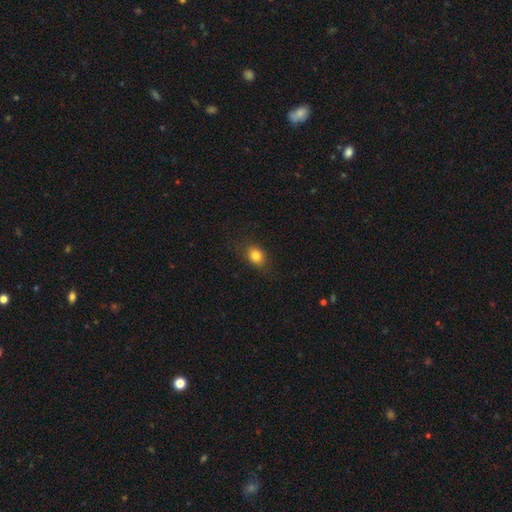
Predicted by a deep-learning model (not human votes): Smooth or featured? smooth (82%)
How rounded? in between (61%)
Merging? none (82%)